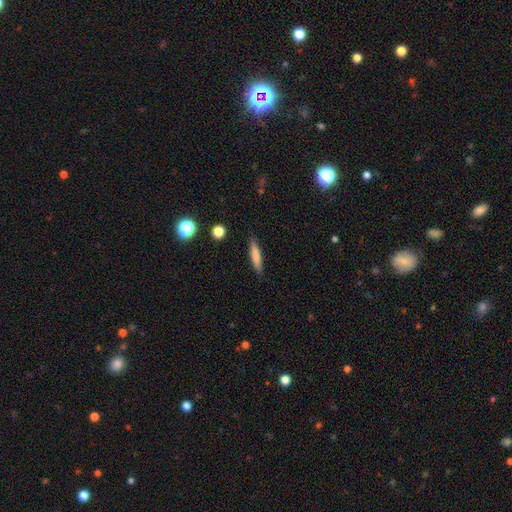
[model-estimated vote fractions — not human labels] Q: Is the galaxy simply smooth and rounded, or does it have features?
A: smooth — 77%.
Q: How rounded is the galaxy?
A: cigar-shaped — 86%.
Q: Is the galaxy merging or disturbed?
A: none — 88%.